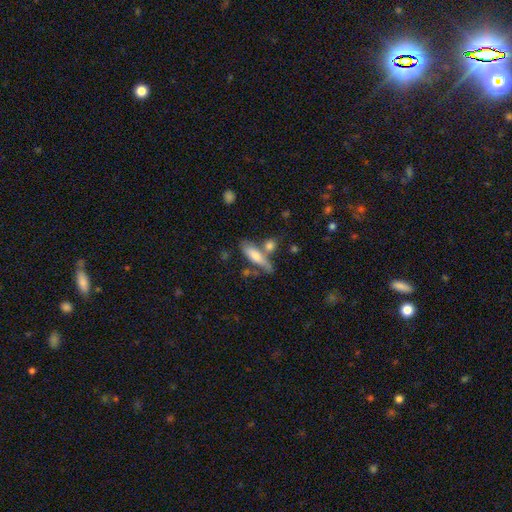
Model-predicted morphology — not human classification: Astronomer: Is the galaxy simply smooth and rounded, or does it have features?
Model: smooth — 65%.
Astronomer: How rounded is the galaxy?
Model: cigar-shaped — 60% (runner-up: in between, 37%).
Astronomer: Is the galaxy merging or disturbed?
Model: none — 56%.